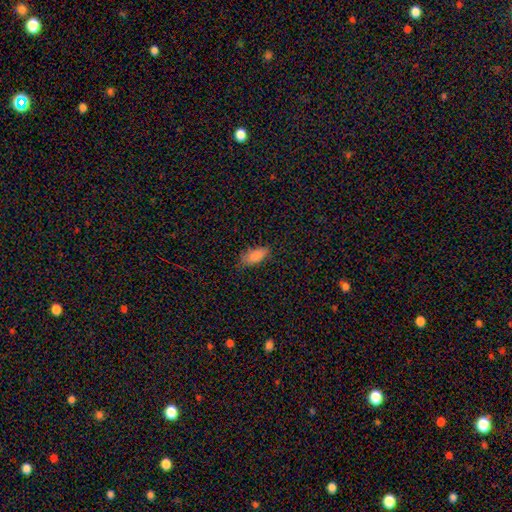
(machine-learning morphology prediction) smooth_or_featured: smooth (p=0.85) [alt: star or artifact p=0.08]
how_rounded: in between (p=0.84) [alt: cigar-shaped p=0.13]
merging: none (p=0.73) [alt: minor disturbance p=0.21]